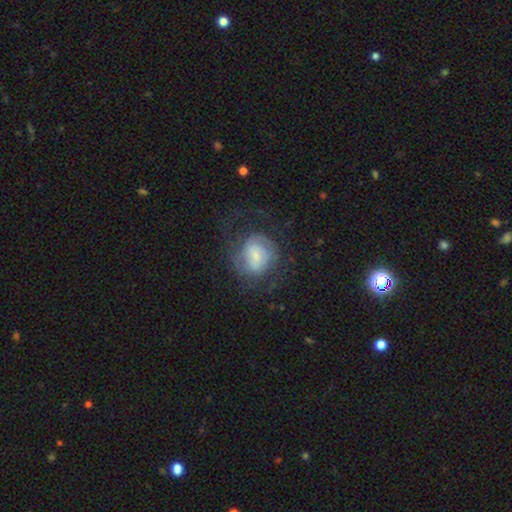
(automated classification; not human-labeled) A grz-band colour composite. It shows a featured or disk galaxy (60%) with a weak bar (47%), spiral arms (78%) and a small central bulge (55%). Merging: none (55%).